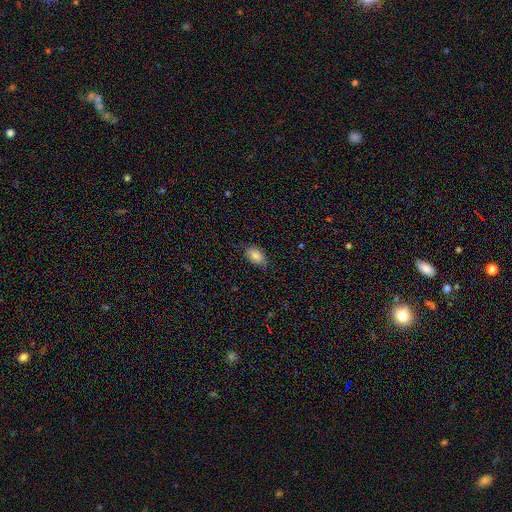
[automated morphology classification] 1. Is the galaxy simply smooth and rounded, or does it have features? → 84% smooth, 8% featured or disk, 8% star or artifact.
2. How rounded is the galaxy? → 90% in between, 9% round, 2% cigar-shaped.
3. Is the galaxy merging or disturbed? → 75% none, 21% minor disturbance, 4% major disturbance, 1% merger.